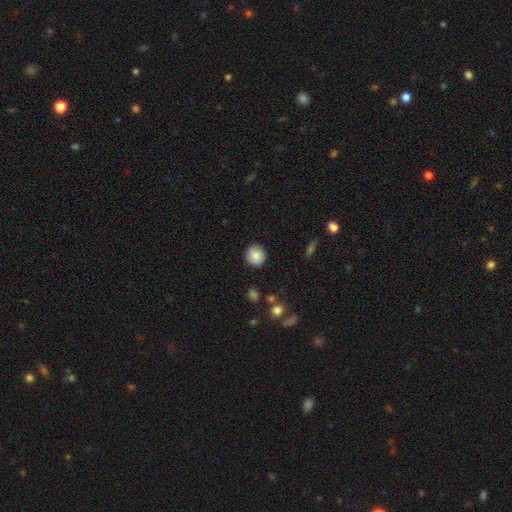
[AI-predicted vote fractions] The model was most divided on "smooth or featured": smooth: 80%, featured or disk: 12%, star or artifact: 8%. More confident: how rounded — round (88%); merging — none (88%).